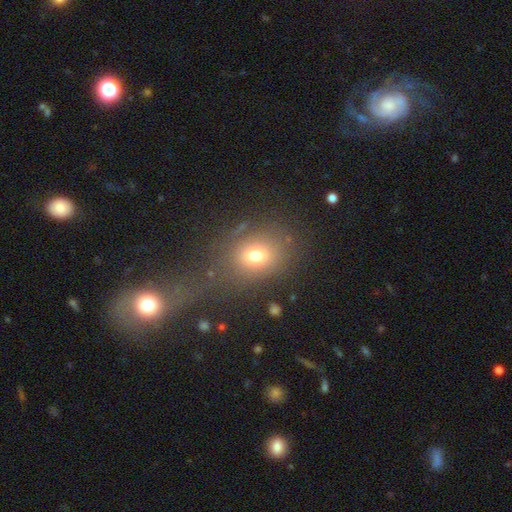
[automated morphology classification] The model was most divided on "how rounded": round: 52%, in between: 47%, cigar-shaped: 1%. More confident: smooth or featured — smooth (71%); merging — none (67%).